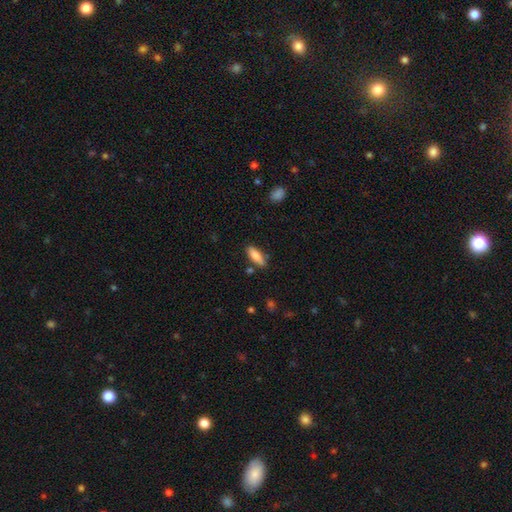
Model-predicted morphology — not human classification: smooth_or_featured: smooth (p=0.84) [alt: featured or disk p=0.10]
how_rounded: in between (p=0.65) [alt: cigar-shaped p=0.33]
merging: none (p=0.79) [alt: minor disturbance p=0.14]